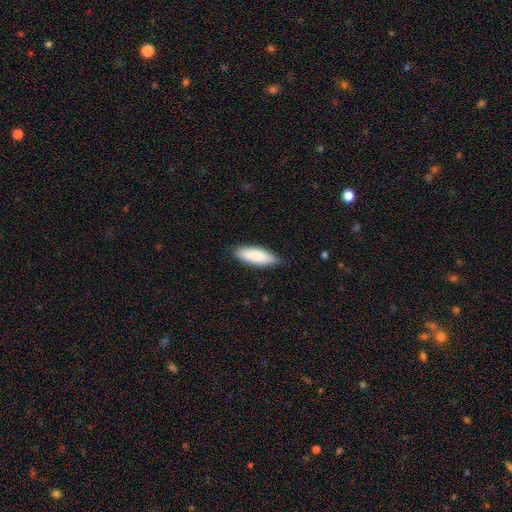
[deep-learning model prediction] smooth-or-featured: smooth: 88% | featured or disk: 7% | star or artifact: 5%
  how-rounded: in between: 63% | cigar-shaped: 35% | round: 1%
  merging: none: 85% | minor disturbance: 12% | major disturbance: 2% | merger: 1%